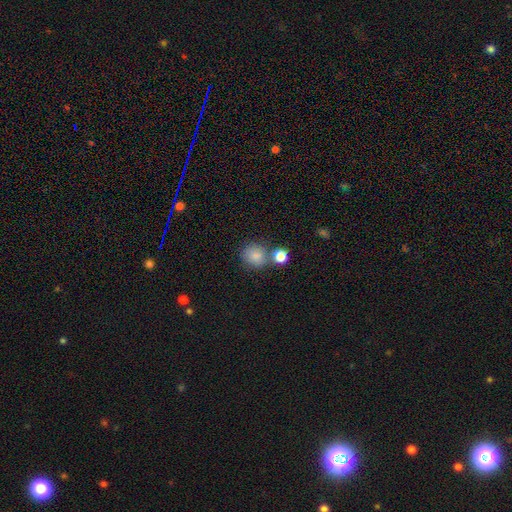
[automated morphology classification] This appears to be a smooth galaxy with no disk features (82%) that is round (81%). Merging: none (63%).